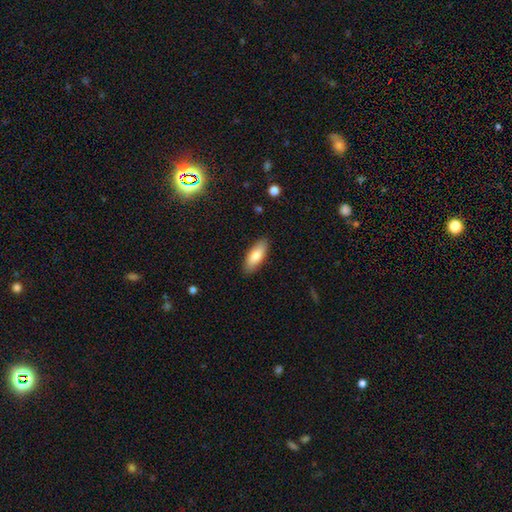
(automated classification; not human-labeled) smooth 82%, featured or disk 12%, star or artifact 6%. Down the decision tree: how rounded — in between (75%); merging — none (88%).